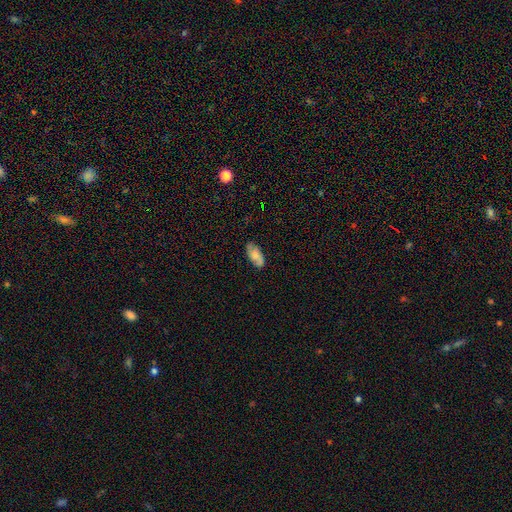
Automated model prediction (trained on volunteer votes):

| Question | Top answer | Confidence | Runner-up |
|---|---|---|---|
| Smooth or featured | smooth | 58% | featured or disk (34%) |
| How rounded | in between | 89% | cigar-shaped (8%) |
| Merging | none | 79% | minor disturbance (17%) |